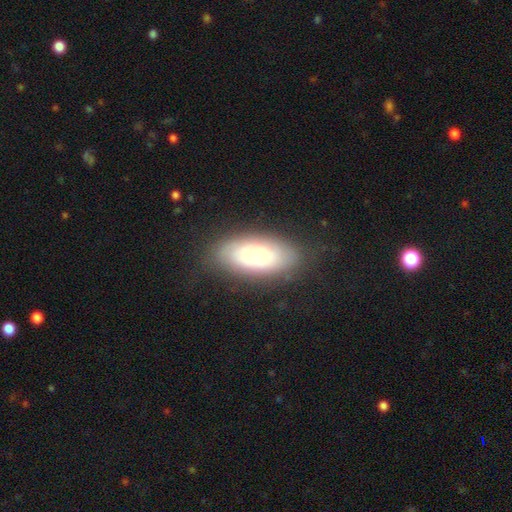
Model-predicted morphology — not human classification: The model was most divided on "smooth or featured": featured or disk: 50%, smooth: 42%, star or artifact: 8%. More confident: edge-on disk — no (86%); merging — none (80%).